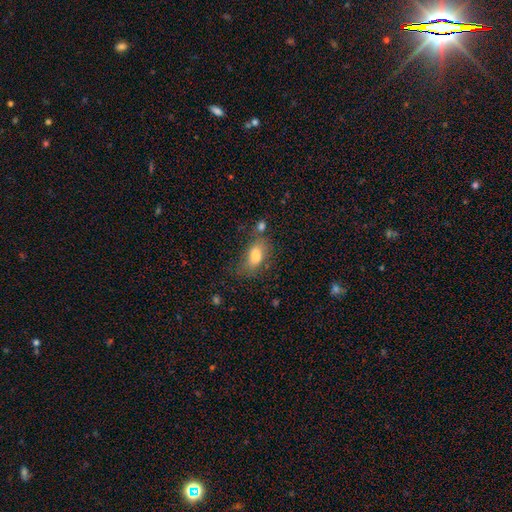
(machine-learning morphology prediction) type=smooth (75%); roundness=in between (86%); merging=none (50%).